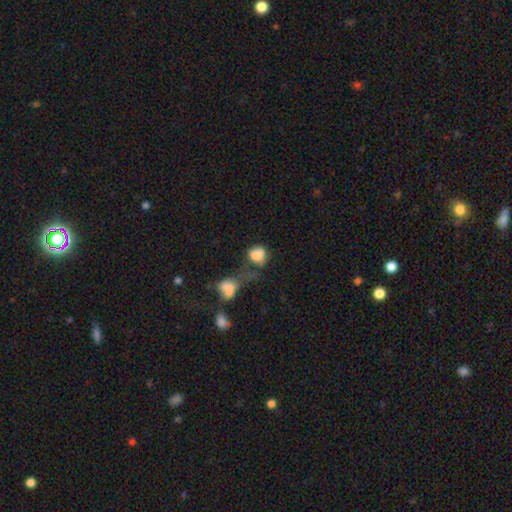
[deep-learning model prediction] Smooth or featured? smooth (77%)
How rounded? in between (51%)
Merging? merger (31%)